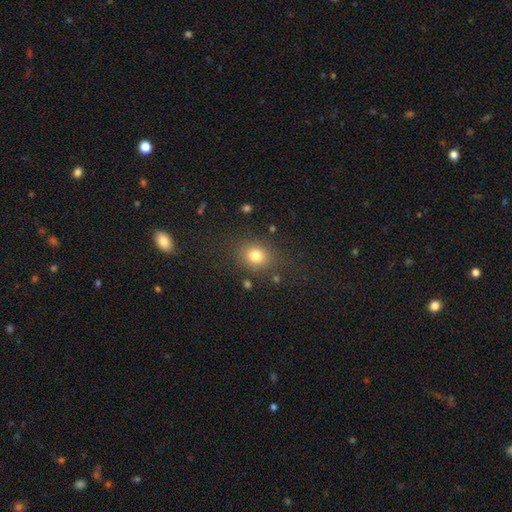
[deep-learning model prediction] Smooth or featured? Predicted: smooth (p=0.80). How rounded? Predicted: round (p=0.63). Merging? Predicted: none (p=0.80).